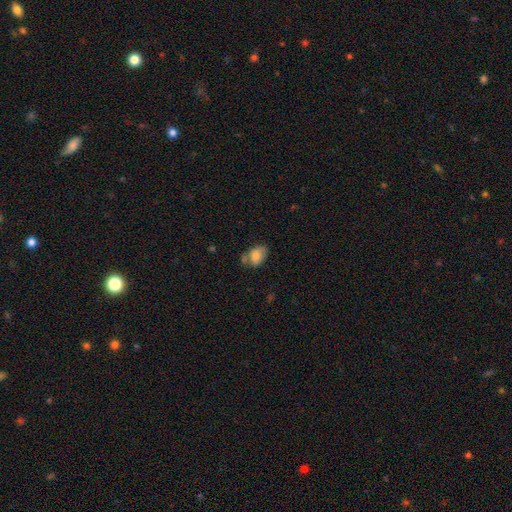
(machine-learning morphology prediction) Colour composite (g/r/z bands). It shows a smooth galaxy with no disk features (79%) that is in between round and cigar-shaped (80%). Merging: none (50%).